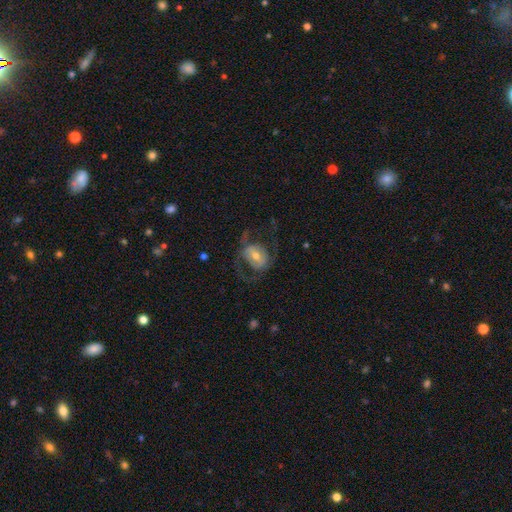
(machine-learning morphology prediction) This is likely a featured or disk galaxy (61%). It is clearly not viewed edge-on (95%). Bar: marginally weak (38%). Spiral arm pattern: possibly yes (59%). Central bulge: possibly moderate (58%). Merging: possibly none (48%).